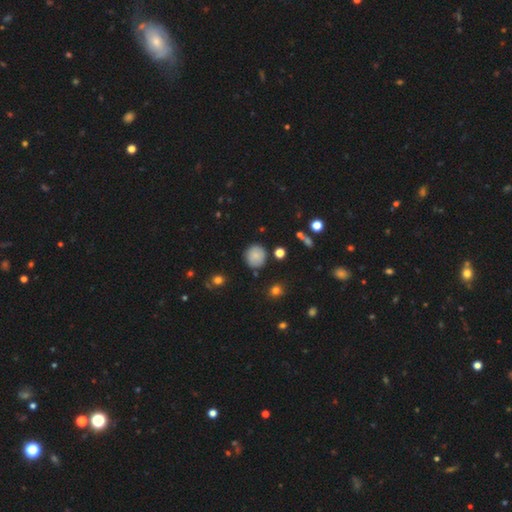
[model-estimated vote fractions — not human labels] Morphology: type=smooth (80%); roundness=round (89%); merging=none (84%).